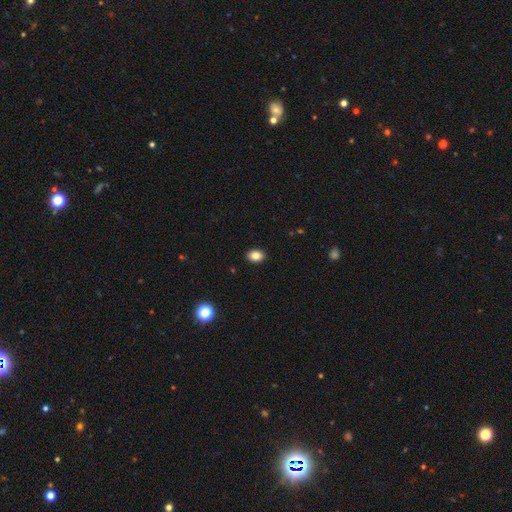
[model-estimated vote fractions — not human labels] This is clearly a smooth galaxy (84%). How rounded: likely in between (74%). Merging: clearly none (91%).